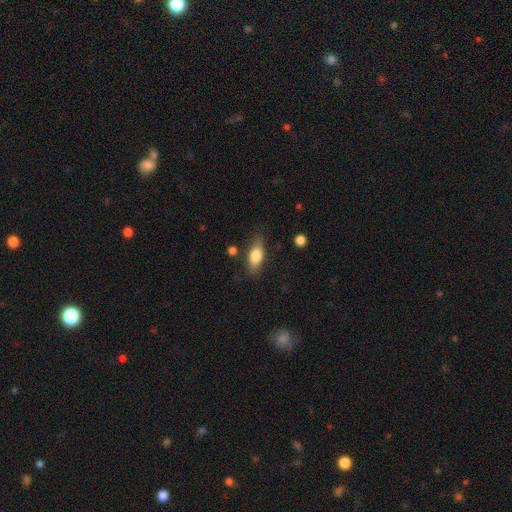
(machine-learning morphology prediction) This is likely a smooth galaxy (75%). How rounded: likely in between (75%). Merging: likely none (77%).